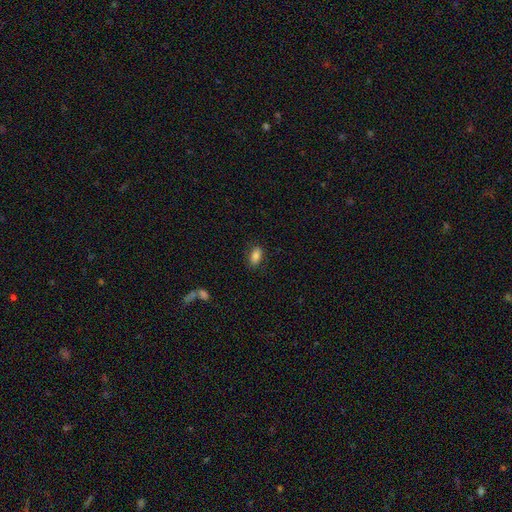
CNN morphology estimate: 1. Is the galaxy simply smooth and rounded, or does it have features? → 83% smooth, 9% star or artifact, 8% featured or disk.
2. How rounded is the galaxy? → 90% in between, 6% round, 4% cigar-shaped.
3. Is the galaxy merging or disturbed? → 83% none, 12% minor disturbance, 3% major disturbance, 2% merger.